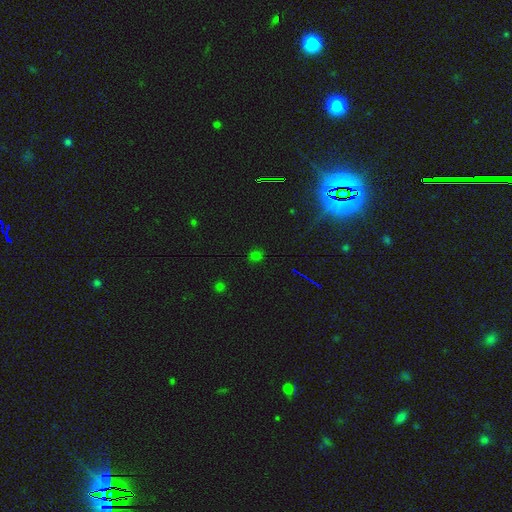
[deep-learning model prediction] This appears to be a smooth galaxy with no disk features (58%) that is round (80%). Merging: none (86%).